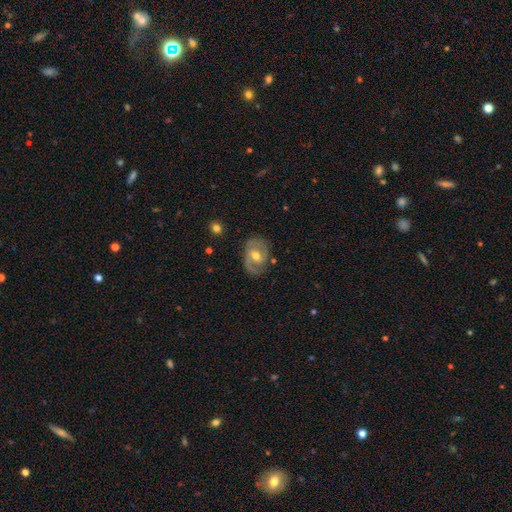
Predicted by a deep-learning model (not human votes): Smooth or featured? Predicted: featured or disk (p=0.74). Edge-on disk? Predicted: no (p=0.96). Bar? Predicted: weak (p=0.49). Spiral arms? Predicted: yes (p=0.85). Spiral winding? Predicted: medium (p=0.45). Spiral arm count? Predicted: 2 (p=0.67). Bulge size? Predicted: moderate (p=0.70). Merging? Predicted: none (p=0.70).